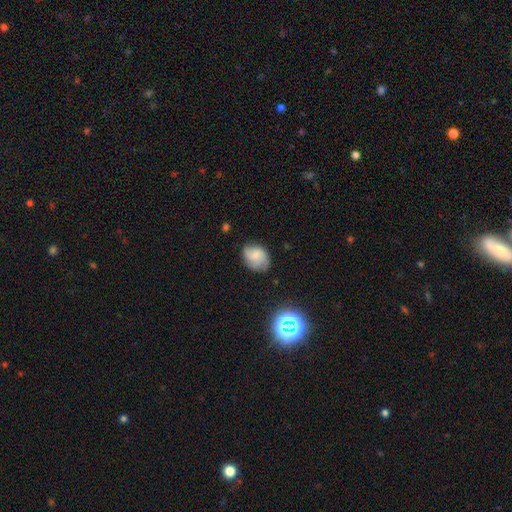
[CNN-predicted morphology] Smooth or featured?
  - smooth: 55% *
  - featured or disk: 34%
  - star or artifact: 11%
How rounded?
  - in between: 59% *
  - round: 40%
  - cigar-shaped: 1%
Merging?
  - none: 65% *
  - minor disturbance: 26%
  - major disturbance: 8%
  - merger: 2%